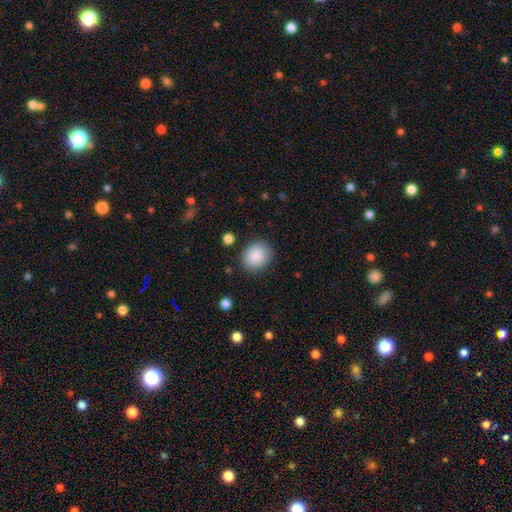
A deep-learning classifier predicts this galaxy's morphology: Overall: smooth (88%). How rounded: round (55%; in between 44%). Merging: none (85%).